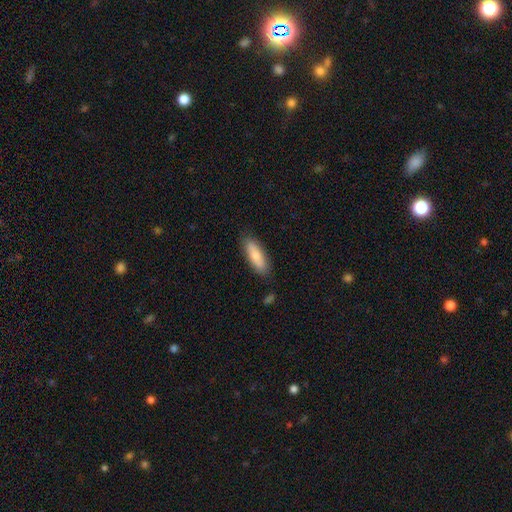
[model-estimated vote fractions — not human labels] smooth 81%, featured or disk 14%, star or artifact 6%. Down the decision tree: how rounded — in between (54%); merging — none (83%).